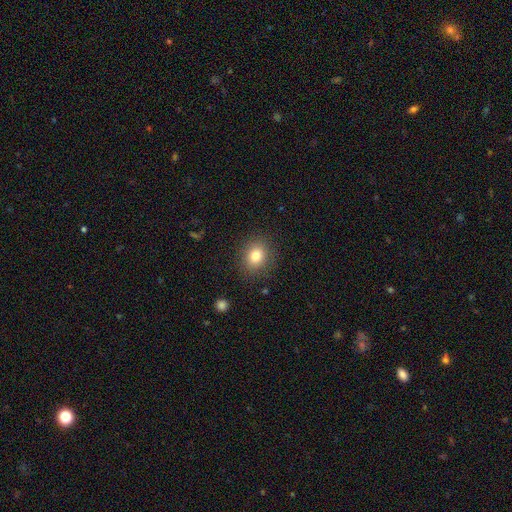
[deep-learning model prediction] Overall: smooth (80%). How rounded: round (65%; in between 34%). Merging: none (87%).